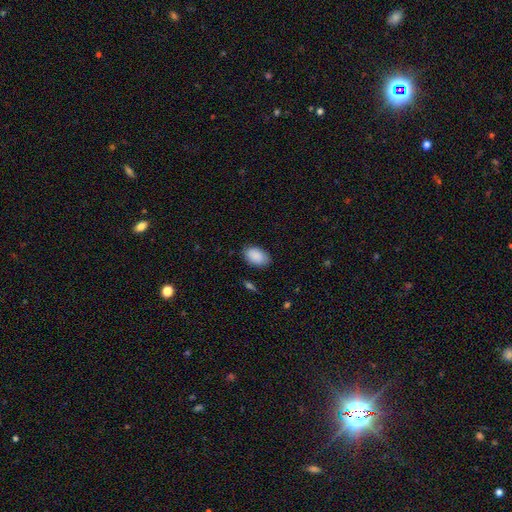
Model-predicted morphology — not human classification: This is clearly a smooth galaxy (89%). How rounded: clearly in between (91%). Merging: clearly none (81%).